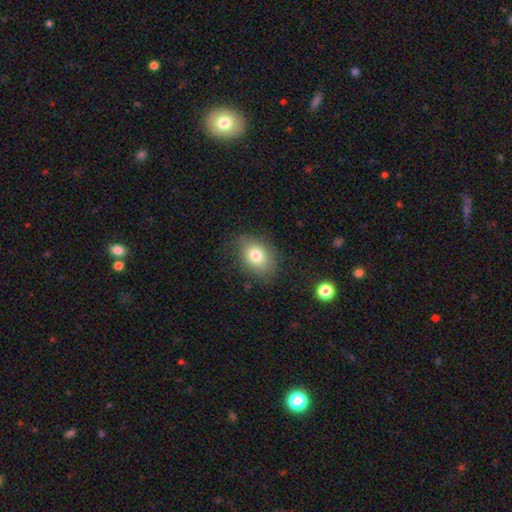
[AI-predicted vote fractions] smooth_or_featured: smooth (p=0.78) [alt: featured or disk p=0.13]
how_rounded: in between (p=0.73) [alt: round p=0.26]
merging: none (p=0.76) [alt: minor disturbance p=0.17]